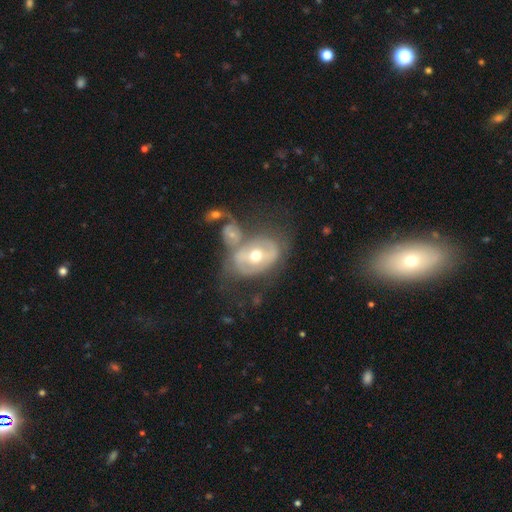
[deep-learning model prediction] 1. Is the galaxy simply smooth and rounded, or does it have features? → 70% featured or disk, 23% smooth, 7% star or artifact.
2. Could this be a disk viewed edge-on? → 95% no, 5% yes.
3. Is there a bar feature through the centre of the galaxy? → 47% no, 31% weak, 23% strong.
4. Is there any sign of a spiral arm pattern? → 57% yes, 43% no.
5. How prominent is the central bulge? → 74% moderate, 18% small, 6% large, 1% dominant, 1% none.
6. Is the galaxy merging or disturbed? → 36% none, 28% merger, 19% major disturbance, 17% minor disturbance.